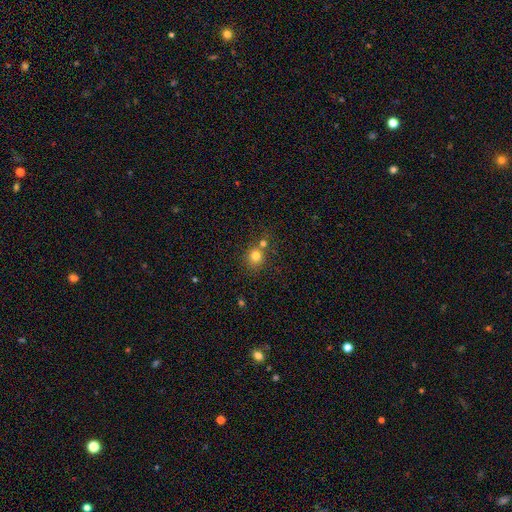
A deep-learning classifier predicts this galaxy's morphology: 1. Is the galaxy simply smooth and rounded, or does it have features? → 78% smooth, 14% star or artifact, 8% featured or disk.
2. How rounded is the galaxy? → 83% round, 16% in between, 1% cigar-shaped.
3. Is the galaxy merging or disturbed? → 60% none, 27% merger, 9% minor disturbance, 3% major disturbance.